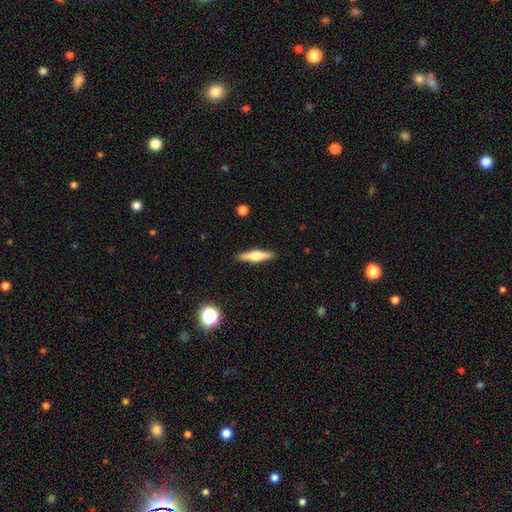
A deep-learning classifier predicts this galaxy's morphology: Smooth or featured?
  - featured or disk: 59% *
  - smooth: 35%
  - star or artifact: 6%
Edge-on disk?
  - yes: 97% *
  - no: 3%
Edge-on bulge?
  - rounded: 89% *
  - boxy: 8%
  - none: 3%
Merging?
  - none: 91% *
  - minor disturbance: 7%
  - major disturbance: 2%
  - merger: 1%